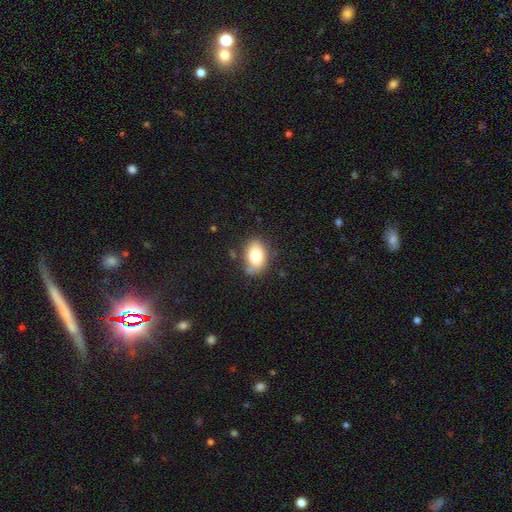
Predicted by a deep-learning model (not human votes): Q: Smooth or featured?
A: smooth (78%); runner-up: featured or disk (13%)
Q: How rounded?
A: in between (82%); runner-up: round (17%)
Q: Merging?
A: none (74%); runner-up: minor disturbance (18%)